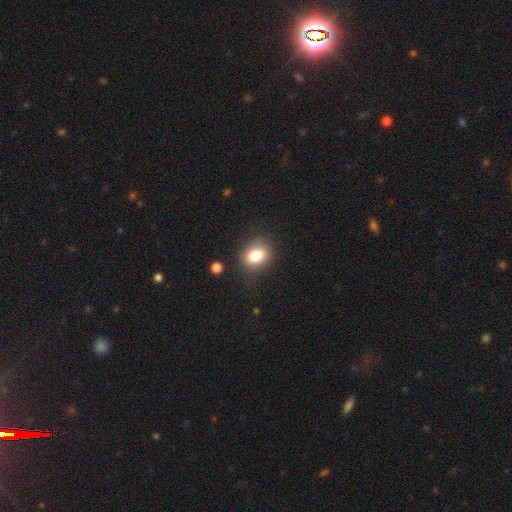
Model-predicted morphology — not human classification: This appears to be a smooth galaxy with no disk features (81%) that is in between round and cigar-shaped (62%). Merging: none (78%).